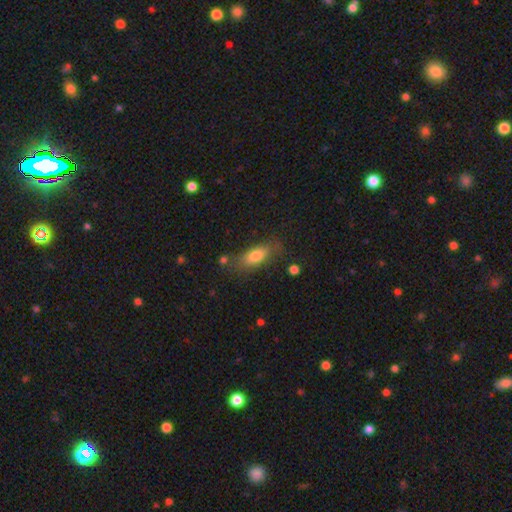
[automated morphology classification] Smooth or featured? smooth (76%)
How rounded? in between (74%)
Merging? none (70%)